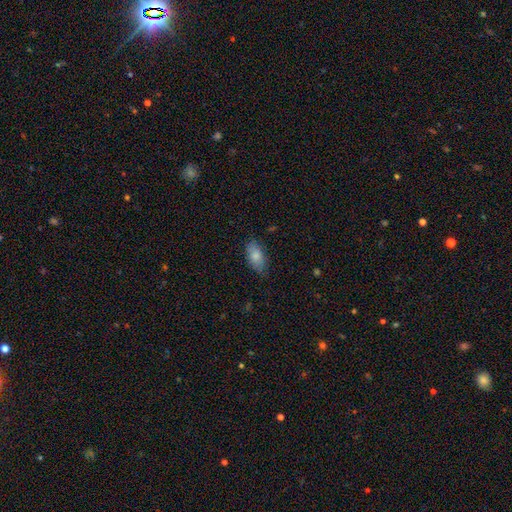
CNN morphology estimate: This appears to be a smooth galaxy with no disk features (82%) that is in between round and cigar-shaped (90%). Merging: none (77%).